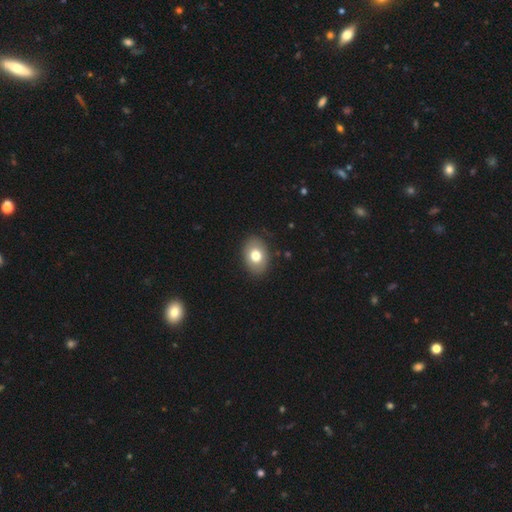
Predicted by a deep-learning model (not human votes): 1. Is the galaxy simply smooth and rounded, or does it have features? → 75% smooth, 17% featured or disk, 8% star or artifact.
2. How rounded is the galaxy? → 76% in between, 23% round, 1% cigar-shaped.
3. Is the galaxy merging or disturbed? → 87% none, 9% minor disturbance, 2% major disturbance, 1% merger.